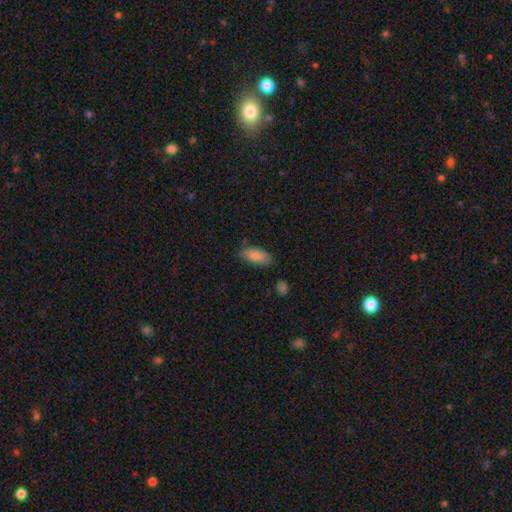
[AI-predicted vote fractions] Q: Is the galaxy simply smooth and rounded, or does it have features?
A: smooth — 84%.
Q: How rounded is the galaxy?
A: in between — 87%.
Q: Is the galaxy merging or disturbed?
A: none — 73%.